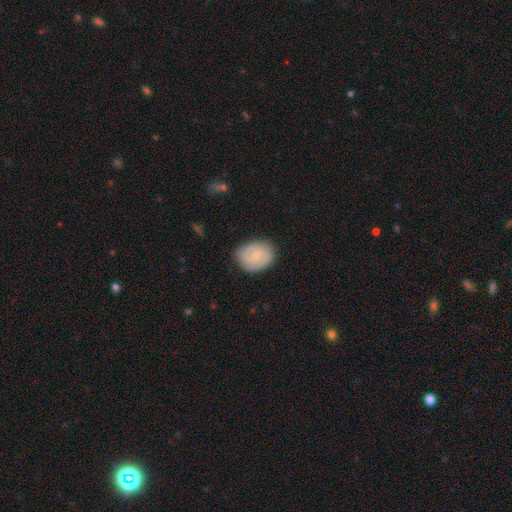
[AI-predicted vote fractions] A smooth galaxy with no disk features (54%) that is in between round and cigar-shaped (57%).

Vote fractions:
- Smooth or featured? smooth: 54% / featured or disk: 39% / star or artifact: 7%
- How rounded? in between: 57% / round: 42% / cigar-shaped: 1%
- Merging? none: 76% / minor disturbance: 18% / major disturbance: 4% / merger: 1%